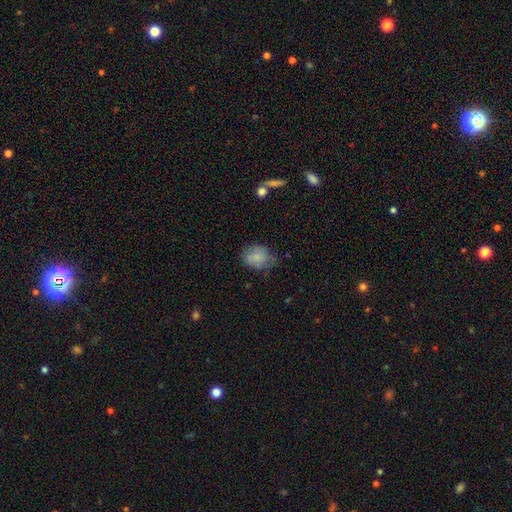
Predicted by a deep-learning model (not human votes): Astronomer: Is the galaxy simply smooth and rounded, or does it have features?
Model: smooth — 71%.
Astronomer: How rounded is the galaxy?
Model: in between — 51% (runner-up: round, 47%).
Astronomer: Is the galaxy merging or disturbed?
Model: none — 58%.